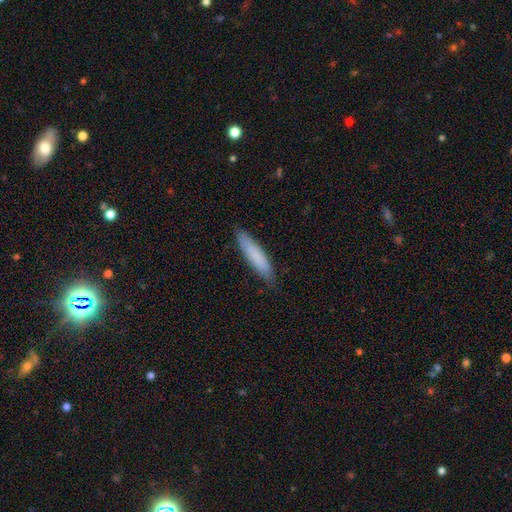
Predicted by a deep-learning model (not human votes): smooth_or_featured: smooth (p=0.81) [alt: featured or disk p=0.13]
how_rounded: cigar-shaped (p=0.80) [alt: in between p=0.18]
merging: none (p=0.83) [alt: minor disturbance p=0.14]